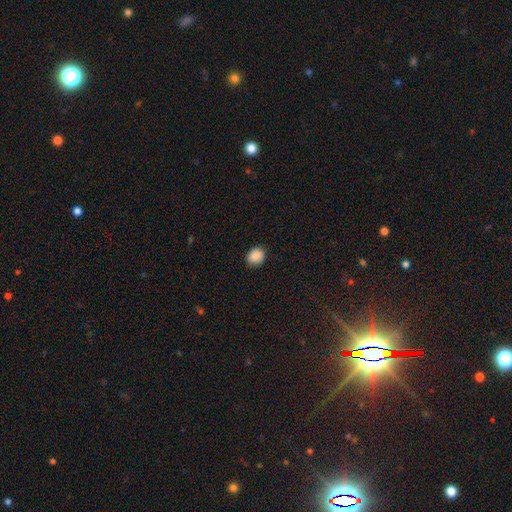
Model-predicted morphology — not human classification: Smooth or featured: smooth — 89% (star or artifact — 8%)
How rounded: round — 66% (in between — 33%)
Merging: none — 86% (minor disturbance — 10%)